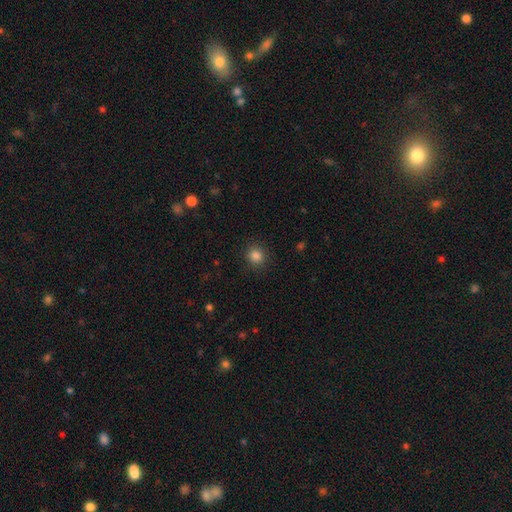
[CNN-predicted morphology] Overall: smooth (85%). How rounded: round (86%). Merging: none (89%).